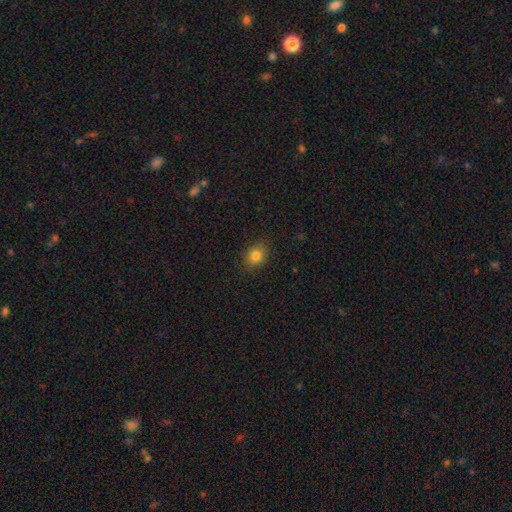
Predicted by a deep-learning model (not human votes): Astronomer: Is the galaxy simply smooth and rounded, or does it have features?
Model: smooth — 82%.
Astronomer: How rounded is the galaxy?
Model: in between — 60% (runner-up: round, 39%).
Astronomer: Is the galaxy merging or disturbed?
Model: none — 86%.